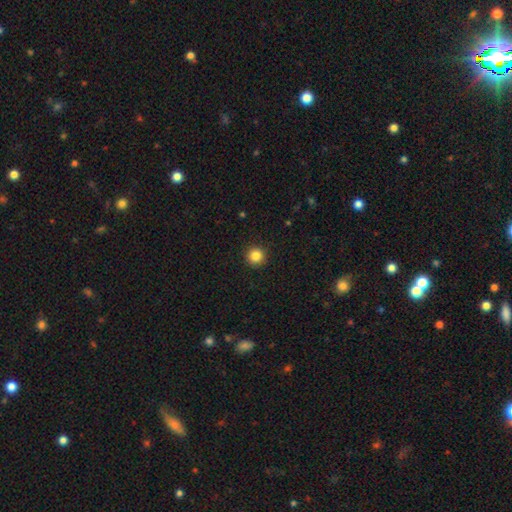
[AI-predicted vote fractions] A smooth galaxy with no disk features (85%) that is round (96%). Merging: none (93%).